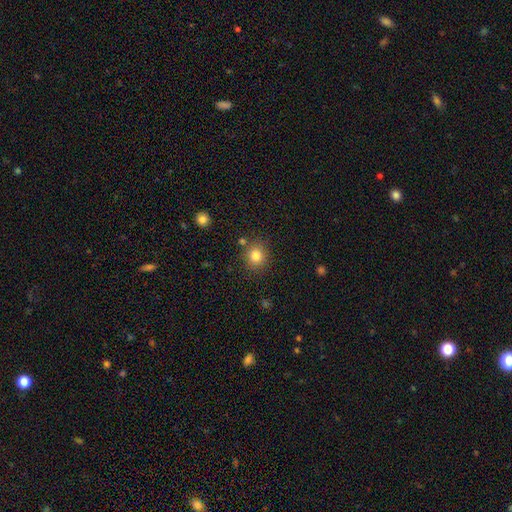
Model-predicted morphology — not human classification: Smooth or featured: smooth — 82% (star or artifact — 12%)
How rounded: round — 86% (in between — 13%)
Merging: none — 83% (minor disturbance — 9%)